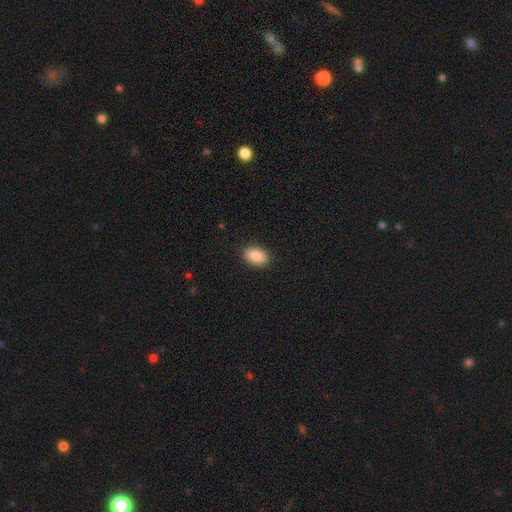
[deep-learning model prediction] A smooth galaxy with no disk features (88%) that is in between round and cigar-shaped (92%).

Vote fractions:
- Smooth or featured? smooth: 88% / star or artifact: 7% / featured or disk: 5%
- How rounded? in between: 92% / round: 6% / cigar-shaped: 2%
- Merging? none: 90% / minor disturbance: 8% / major disturbance: 2% / merger: 1%